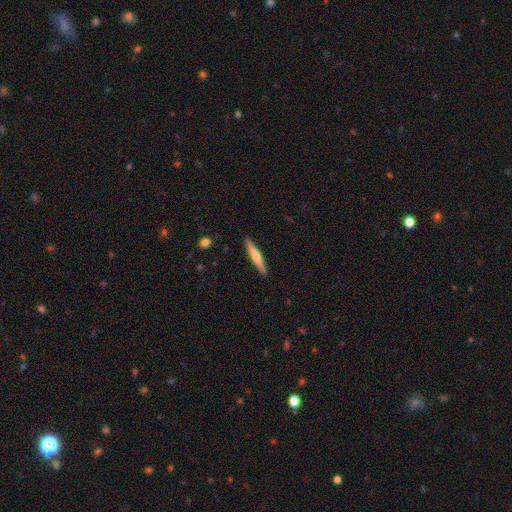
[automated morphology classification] smooth-or-featured: smooth: 53% | featured or disk: 42% | star or artifact: 5%
  how-rounded: cigar-shaped: 93% | in between: 5% | round: 1%
  merging: none: 91% | minor disturbance: 7% | major disturbance: 1% | merger: 1%